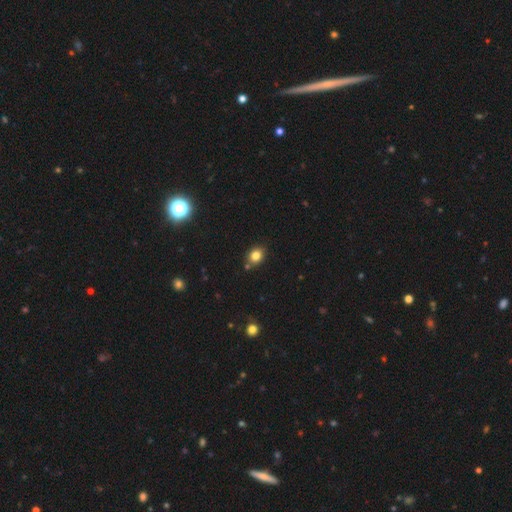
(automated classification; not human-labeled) smooth-or-featured: smooth: 81% | star or artifact: 12% | featured or disk: 7%
  how-rounded: round: 54% | in between: 45% | cigar-shaped: 1%
  merging: none: 78% | minor disturbance: 12% | merger: 7% | major disturbance: 3%